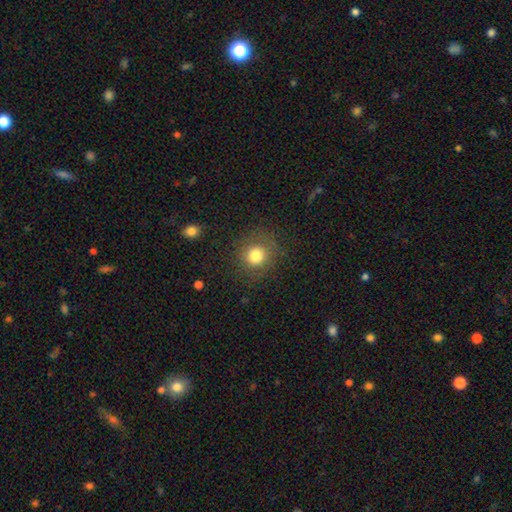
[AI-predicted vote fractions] The model was most divided on "smooth or featured": smooth: 79%, star or artifact: 13%, featured or disk: 8%. More confident: how rounded — round (89%); merging — none (83%).